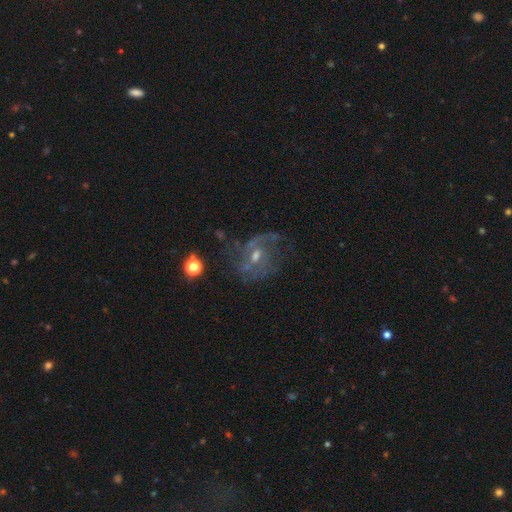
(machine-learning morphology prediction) The model was most divided on "bar": no: 46%, weak: 44%, strong: 10%. Remaining: edge-on disk — no (97%); spiral arms — yes (83%); smooth or featured — featured or disk (75%); merging — none (52%); spiral arm count — 2 (50%); bulge size — moderate (50%); spiral winding — medium (42%).